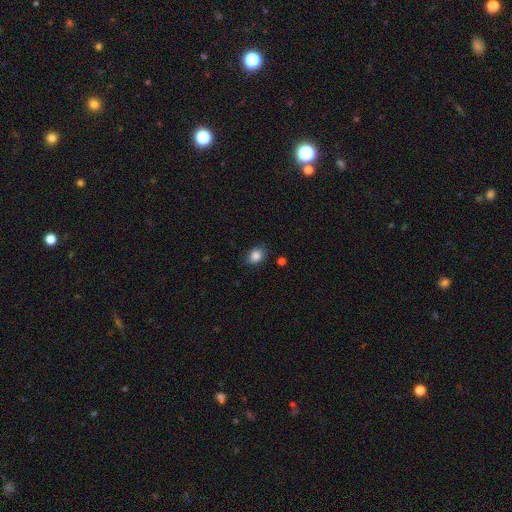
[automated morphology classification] smooth-or-featured: smooth: 85% | star or artifact: 10% | featured or disk: 6%
  how-rounded: in between: 57% | round: 41% | cigar-shaped: 1%
  merging: none: 80% | minor disturbance: 15% | major disturbance: 3% | merger: 2%